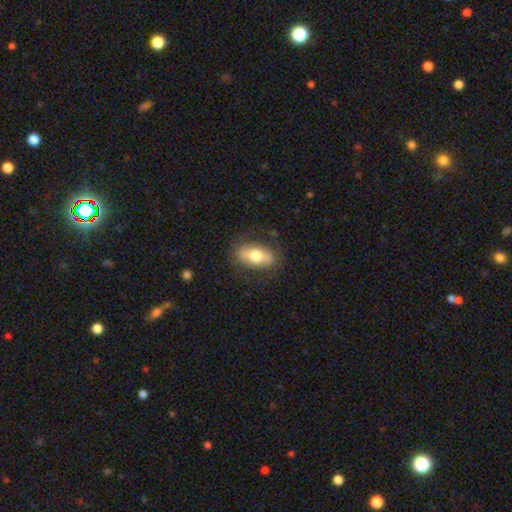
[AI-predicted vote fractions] Smooth or featured?
  - smooth: 60% *
  - featured or disk: 33%
  - star or artifact: 6%
How rounded?
  - in between: 86% *
  - cigar-shaped: 8%
  - round: 6%
Merging?
  - none: 81% *
  - minor disturbance: 13%
  - major disturbance: 5%
  - merger: 1%